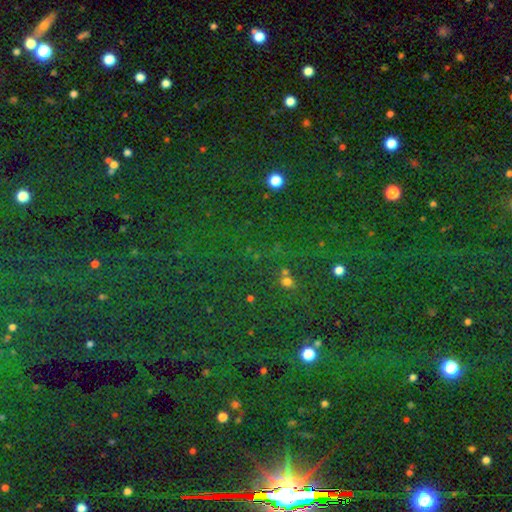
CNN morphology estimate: This appears to be a star or artifact, not a galaxy (81%).